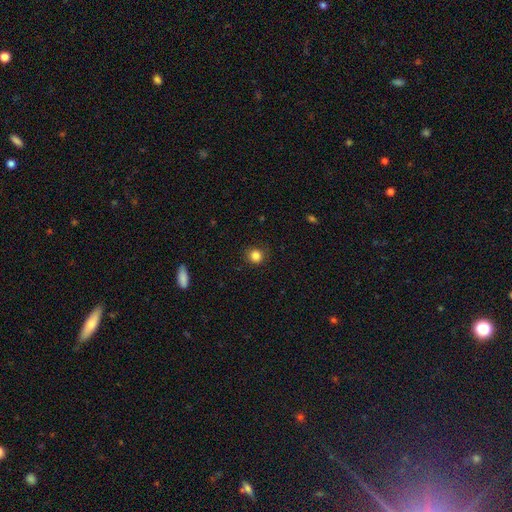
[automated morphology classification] Smooth or featured: smooth — 84% (star or artifact — 12%)
How rounded: round — 90% (in between — 10%)
Merging: none — 88% (minor disturbance — 8%)